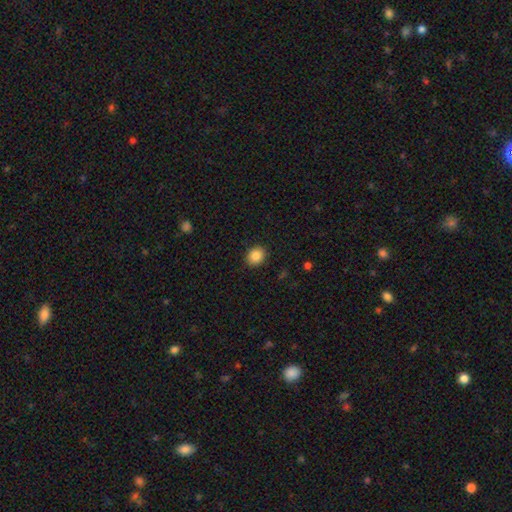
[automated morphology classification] This appears to be a smooth galaxy with no disk features (86%) that is round (62%). Merging: none (90%).